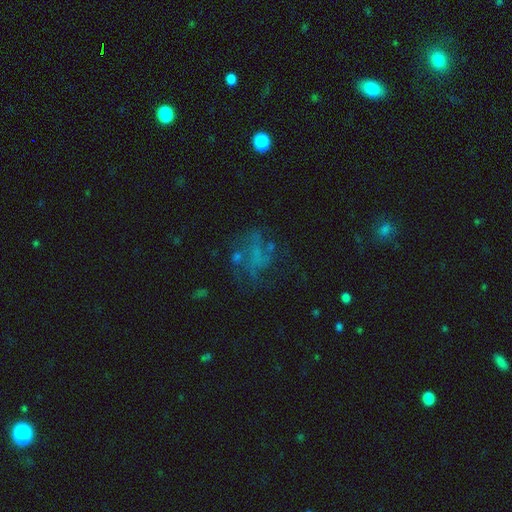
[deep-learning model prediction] This appears to be a featured or disk galaxy (45%). Merging: none (48%).